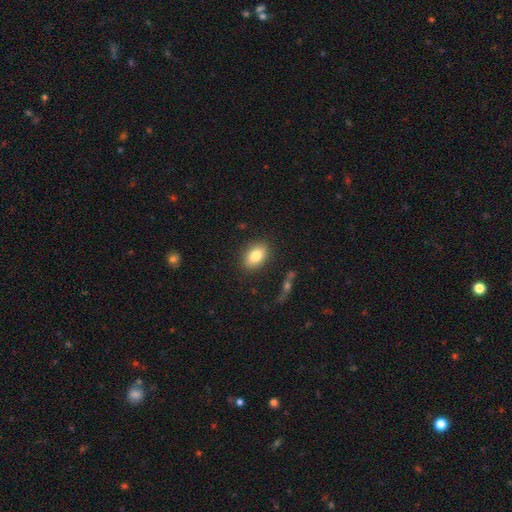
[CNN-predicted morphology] type=smooth (81%); roundness=in between (83%); merging=none (85%).